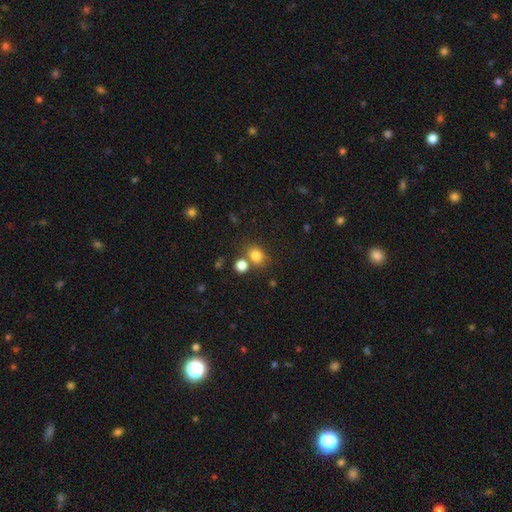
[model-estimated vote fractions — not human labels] Overall: smooth (80%). How rounded: round (56%; in between 43%). Merging: none (62%; merger 23%).